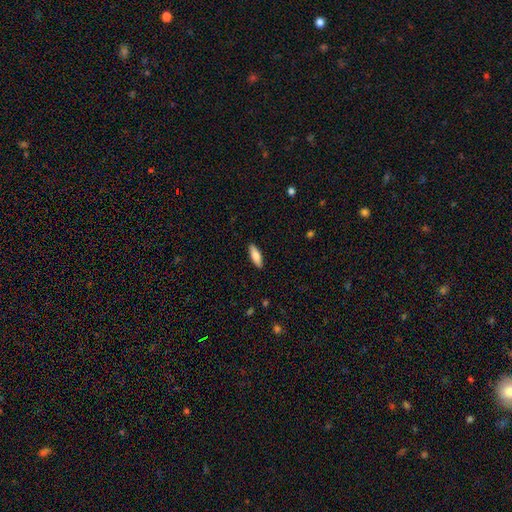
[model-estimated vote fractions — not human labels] Smooth or featured? Predicted: smooth (p=0.80). How rounded? Predicted: in between (p=0.56). Merging? Predicted: none (p=0.90).